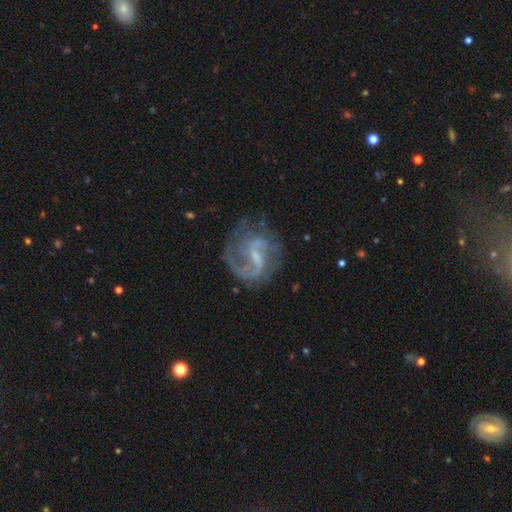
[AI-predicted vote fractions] Smooth or featured: featured or disk — 86% (smooth — 7%)
Edge-on disk: no — 98% (yes — 2%)
Bar: weak — 58% (strong — 23%)
Spiral arms: yes — 94% (no — 6%)
Spiral winding: medium — 48% (loose — 38%)
Spiral arm count: 2 — 72% (1 — 11%)
Bulge size: small — 53% (none — 26%)
Merging: none — 63% (minor disturbance — 18%)